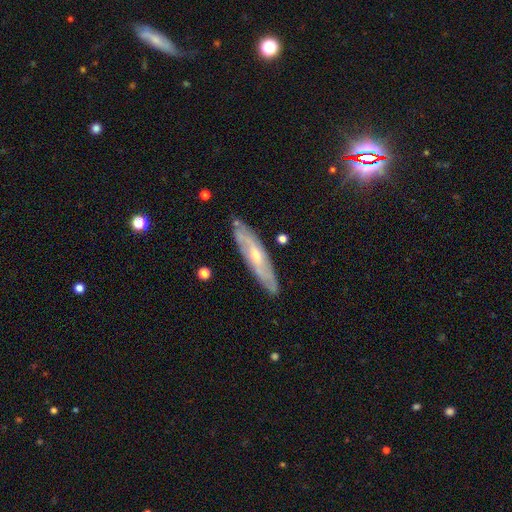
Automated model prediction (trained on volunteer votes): Smooth or featured? featured or disk (70%)
Edge-on disk? no (54%)
Merging? none (82%)